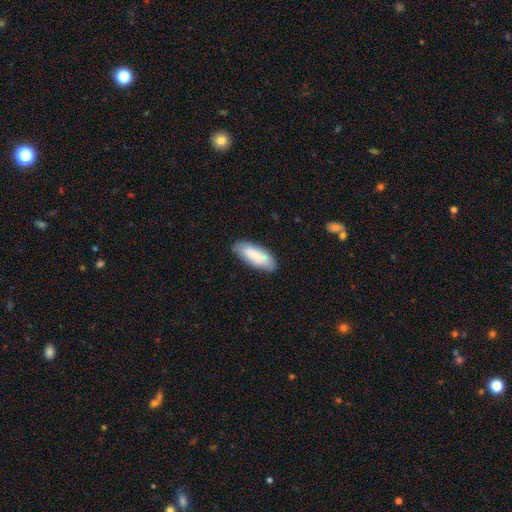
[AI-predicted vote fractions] This is clearly a smooth galaxy (83%). How rounded: likely in between (75%). Merging: likely none (80%).